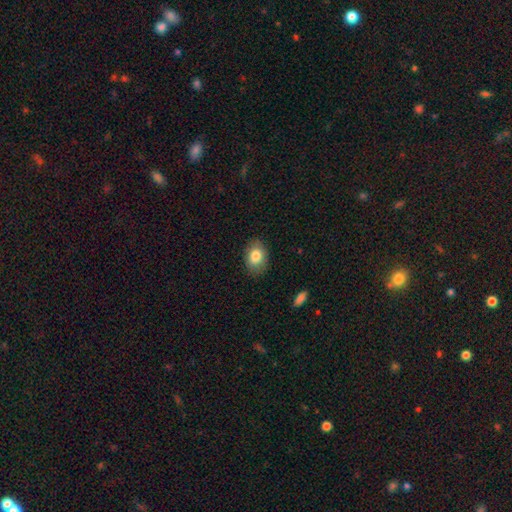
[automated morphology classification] A smooth galaxy with no disk features (83%) that is in between round and cigar-shaped (76%).

Vote fractions:
- Smooth or featured? smooth: 83% / featured or disk: 9% / star or artifact: 8%
- How rounded? in between: 76% / round: 23% / cigar-shaped: 1%
- Merging? none: 83% / minor disturbance: 13% / major disturbance: 3% / merger: 1%